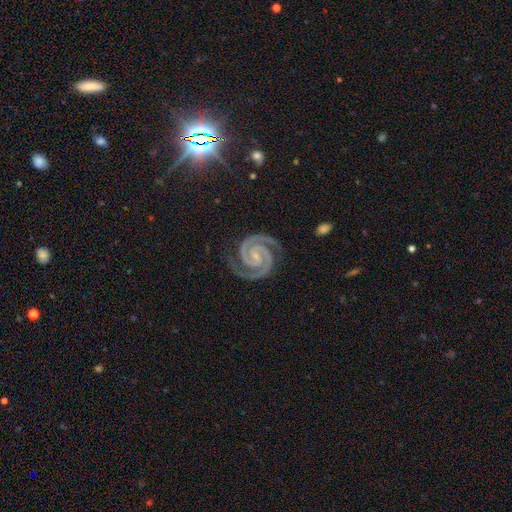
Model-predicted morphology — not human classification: This appears to be a featured or disk galaxy (94%) with no bar (43%), 2 (93%) tight (76%) spiral arms (99%) and a small central bulge (70%). Merging: none (84%).